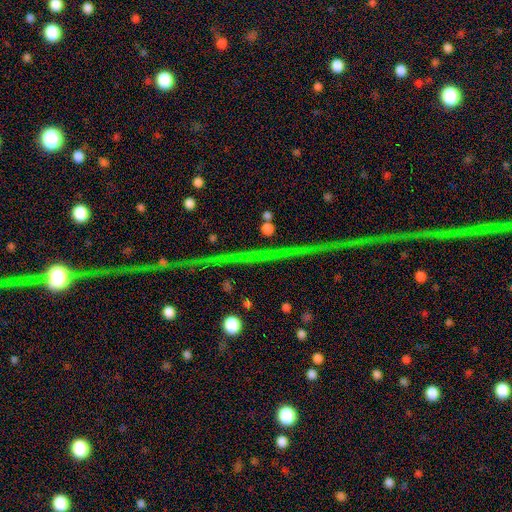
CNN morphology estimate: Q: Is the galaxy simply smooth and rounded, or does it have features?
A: star or artifact — 81%.